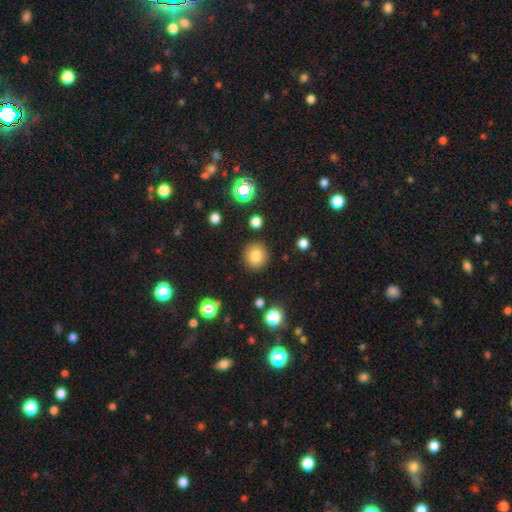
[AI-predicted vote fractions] smooth-or-featured: smooth: 80% | star or artifact: 12% | featured or disk: 8%
  how-rounded: round: 90% | in between: 9% | cigar-shaped: 1%
  merging: none: 89% | minor disturbance: 7% | major disturbance: 3% | merger: 2%